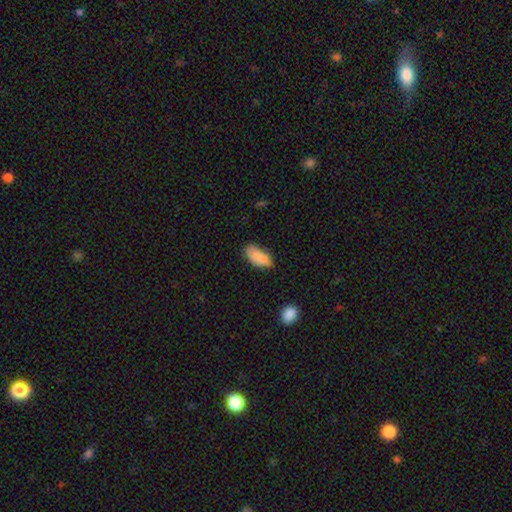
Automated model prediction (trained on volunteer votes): smooth-or-featured: smooth: 84% | star or artifact: 8% | featured or disk: 8%
  how-rounded: in between: 89% | cigar-shaped: 8% | round: 3%
  merging: none: 54% | minor disturbance: 34% | major disturbance: 8% | merger: 4%